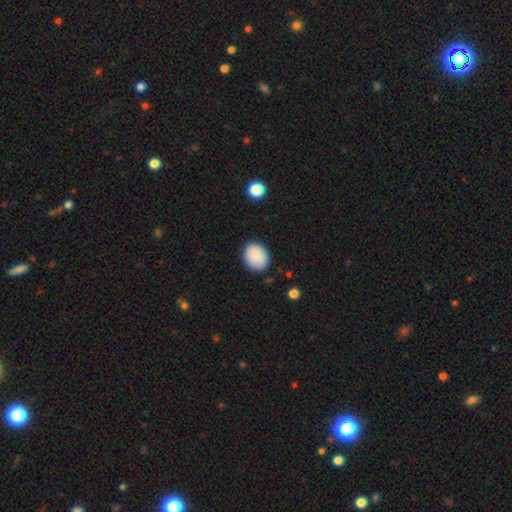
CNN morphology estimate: This appears to be a smooth galaxy with no disk features (89%) that is round (53%). Merging: none (87%).